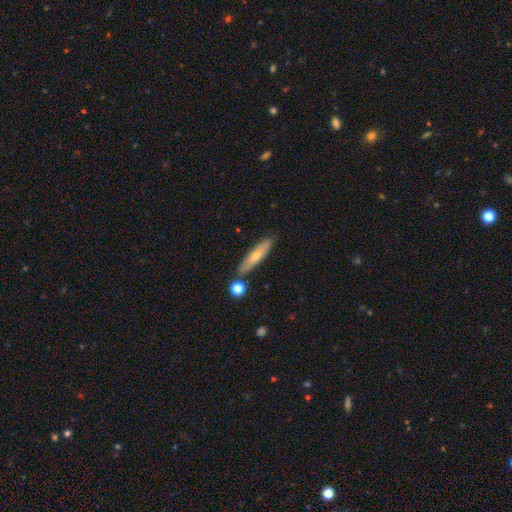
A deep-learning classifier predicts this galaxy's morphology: smooth_or_featured: smooth (p=0.56) [alt: featured or disk p=0.37]
how_rounded: cigar-shaped (p=0.81) [alt: in between p=0.17]
merging: none (p=0.81) [alt: minor disturbance p=0.11]